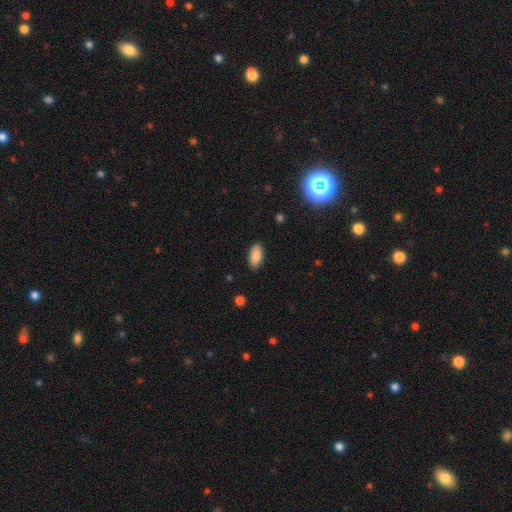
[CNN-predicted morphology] Smooth or featured?
  - smooth: 88% *
  - star or artifact: 8%
  - featured or disk: 4%
How rounded?
  - in between: 91% *
  - cigar-shaped: 7%
  - round: 2%
Merging?
  - none: 88% *
  - minor disturbance: 9%
  - major disturbance: 2%
  - merger: 1%